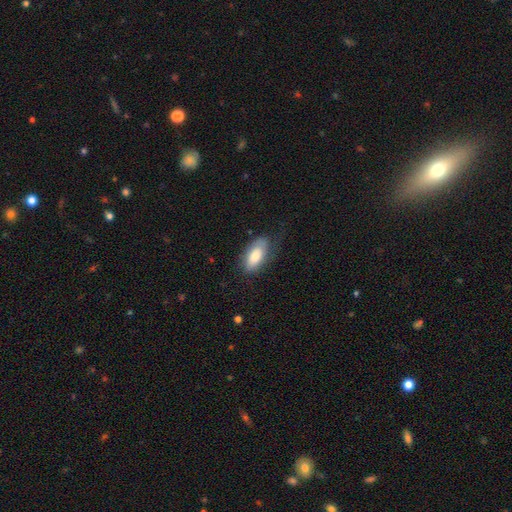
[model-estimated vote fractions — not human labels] This appears to be a smooth galaxy with no disk features (71%) that is in between round and cigar-shaped (91%). Merging: none (59%).